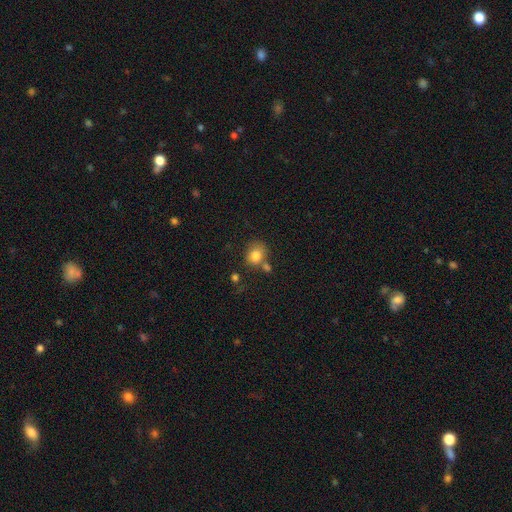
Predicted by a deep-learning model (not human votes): This appears to be a smooth galaxy with no disk features (81%) that is round (64%). Merging: none (57%).